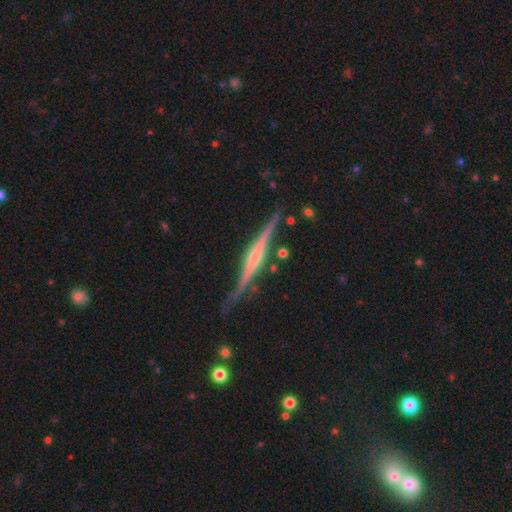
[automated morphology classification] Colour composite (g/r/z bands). It shows a featured or disk galaxy (82%) viewed edge-on (98%) with a rounded central bulge (59%). Merging: none (82%).